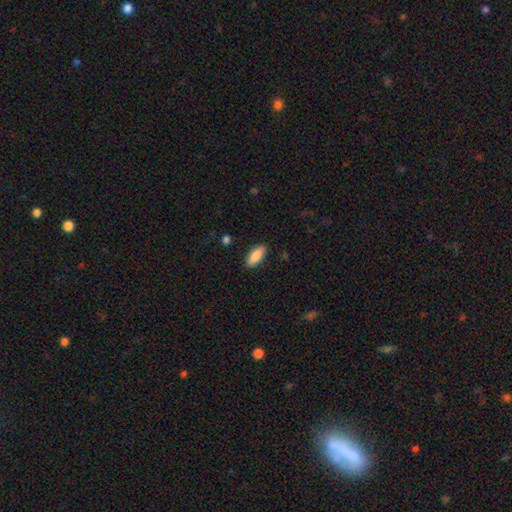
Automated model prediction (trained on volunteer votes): smooth-or-featured: smooth: 86% | featured or disk: 8% | star or artifact: 6%
  how-rounded: in between: 84% | cigar-shaped: 14% | round: 2%
  merging: none: 89% | minor disturbance: 8% | major disturbance: 2% | merger: 1%